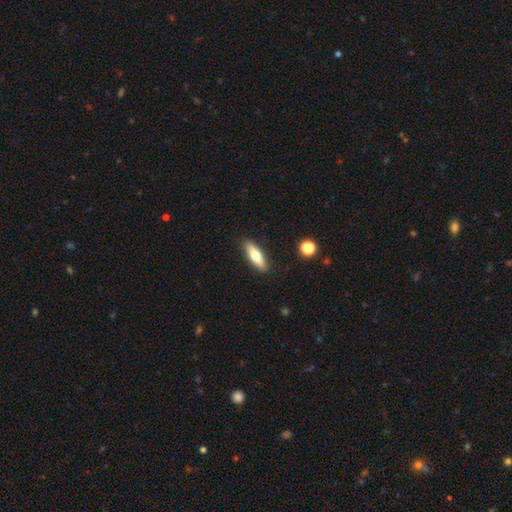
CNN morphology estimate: This appears to be a smooth galaxy with no disk features (64%) that is cigar-shaped (57%). Merging: none (89%).